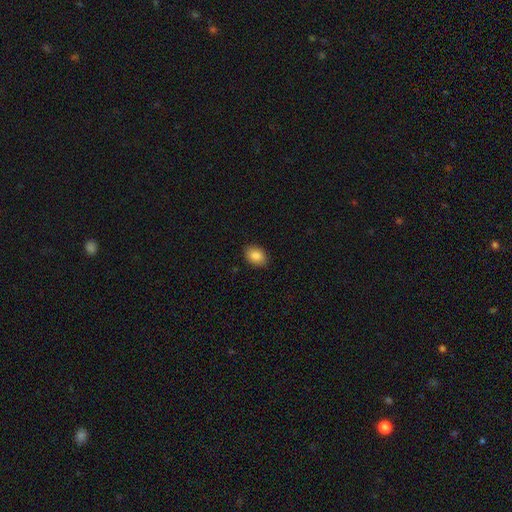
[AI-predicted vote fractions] A smooth galaxy with no disk features (87%) that is in between round and cigar-shaped (76%). Merging: none (87%).